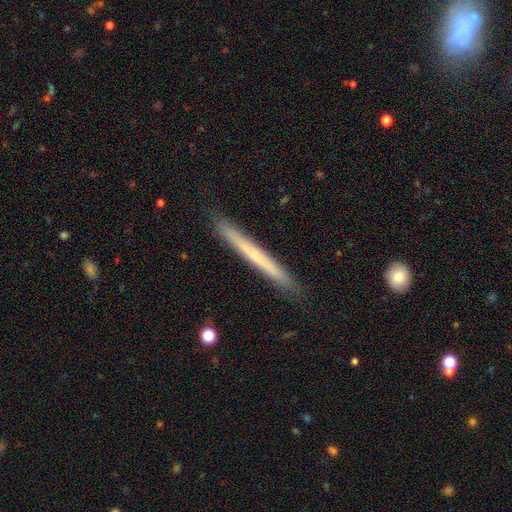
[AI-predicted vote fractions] This is possibly a smooth galaxy (53%). How rounded: clearly cigar-shaped (97%). Merging: clearly none (90%).